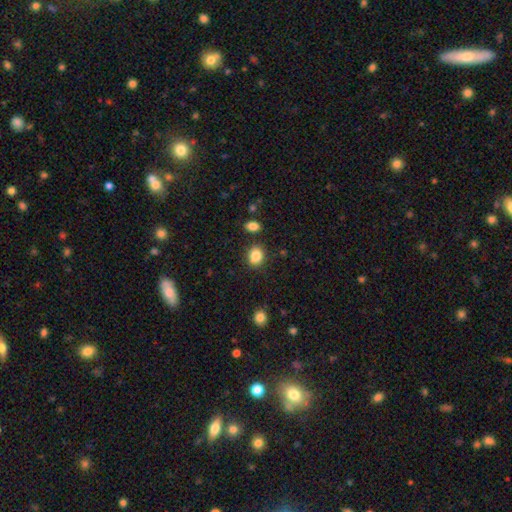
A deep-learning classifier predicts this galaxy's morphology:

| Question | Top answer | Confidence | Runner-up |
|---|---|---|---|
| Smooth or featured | smooth | 86% | star or artifact (9%) |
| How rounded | round | 58% | in between (41%) |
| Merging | none | 83% | minor disturbance (9%) |